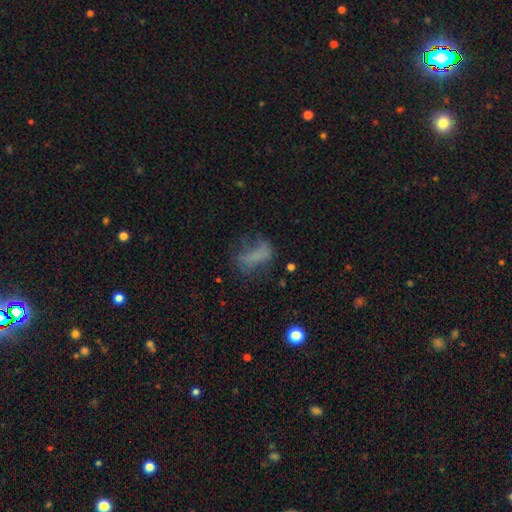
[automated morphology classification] Smooth or featured?
  - smooth: 57% *
  - featured or disk: 26%
  - star or artifact: 17%
How rounded?
  - in between: 73% *
  - cigar-shaped: 16%
  - round: 11%
Merging?
  - none: 41% *
  - major disturbance: 30%
  - minor disturbance: 25%
  - merger: 4%